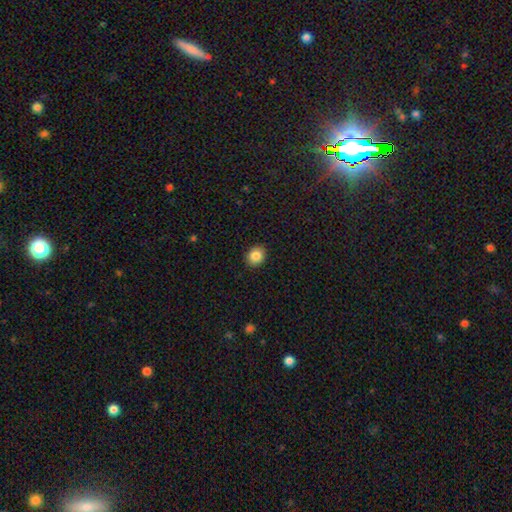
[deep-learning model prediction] smooth-or-featured: smooth: 85% | star or artifact: 9% | featured or disk: 5%
  how-rounded: round: 68% | in between: 31% | cigar-shaped: 1%
  merging: none: 91% | minor disturbance: 6% | major disturbance: 2% | merger: 1%